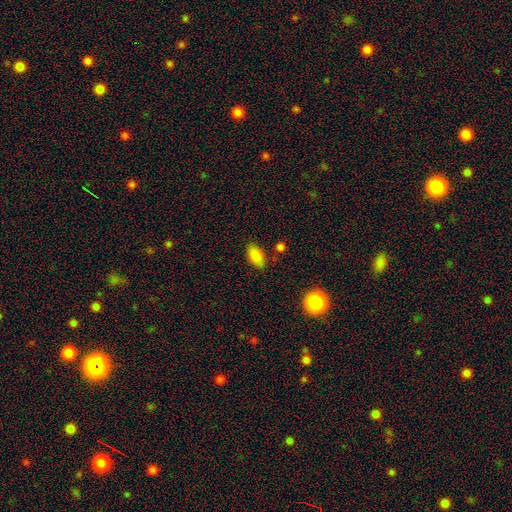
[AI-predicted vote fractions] The model was most divided on "merging": none: 80%, minor disturbance: 13%, merger: 4%, major disturbance: 3%. More confident: how rounded — in between (91%); smooth or featured — smooth (85%).